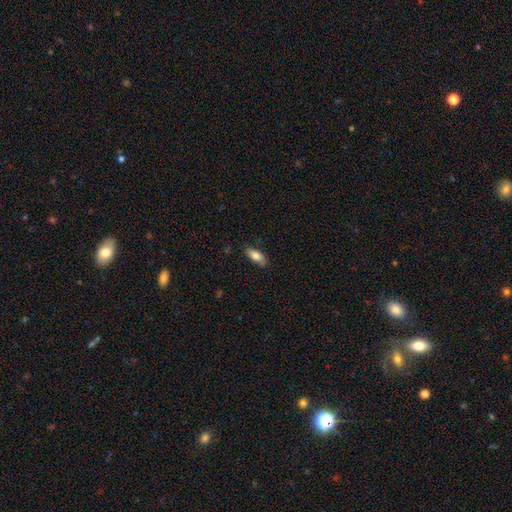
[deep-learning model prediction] A smooth galaxy with no disk features (80%) that is in between round and cigar-shaped (79%).

Vote fractions:
- Smooth or featured? smooth: 80% / featured or disk: 14% / star or artifact: 7%
- How rounded? in between: 79% / cigar-shaped: 18% / round: 2%
- Merging? none: 82% / minor disturbance: 14% / major disturbance: 3% / merger: 1%